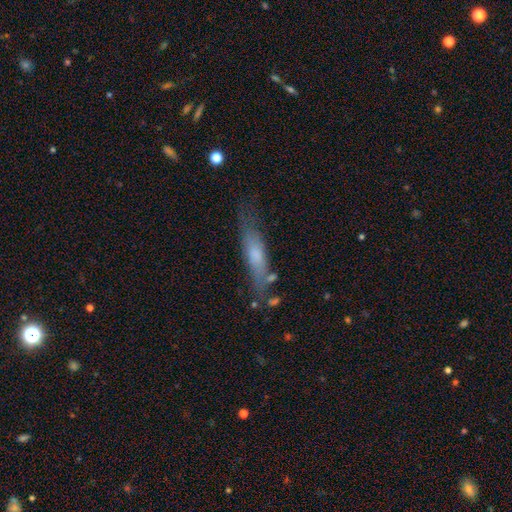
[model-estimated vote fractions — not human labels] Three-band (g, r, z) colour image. It shows a smooth galaxy with no disk features (52%) that is cigar-shaped (79%). Merging: none (65%).